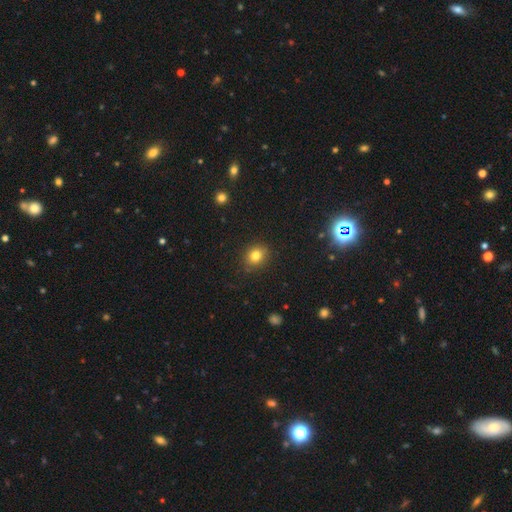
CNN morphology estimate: smooth 80%, star or artifact 13%, featured or disk 7%. Down the decision tree: how rounded — round (64%); merging — none (87%).